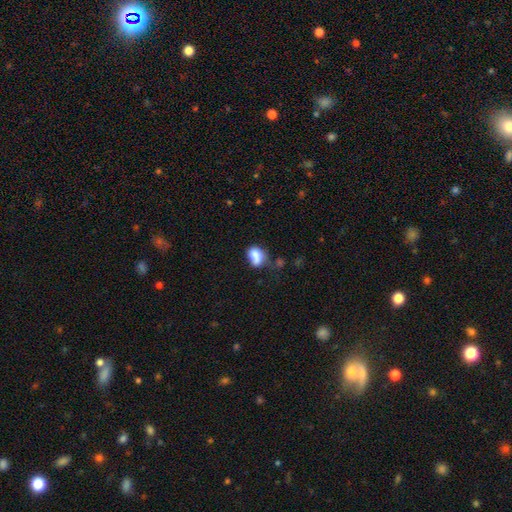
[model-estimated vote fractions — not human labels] This appears to be a smooth galaxy with no disk features (76%) that is in between round and cigar-shaped (73%). Merging: none (34%).